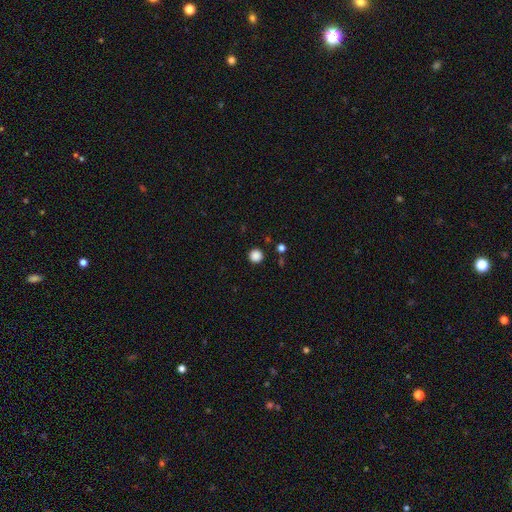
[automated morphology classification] The model was most divided on "smooth or featured": smooth: 86%, star or artifact: 11%, featured or disk: 3%. More confident: how rounded — round (96%); merging — none (91%).